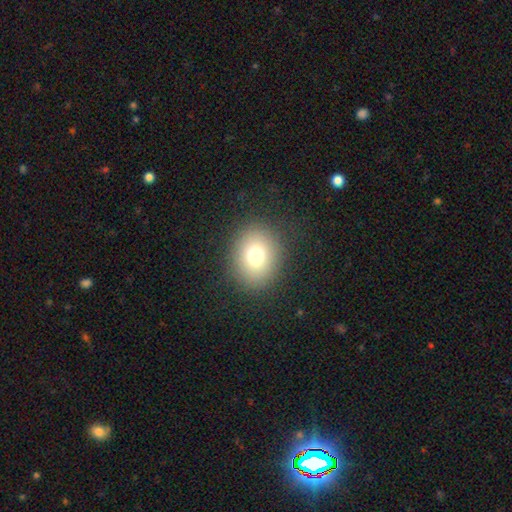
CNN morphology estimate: Q: Smooth or featured?
A: smooth (75%); runner-up: star or artifact (14%)
Q: How rounded?
A: round (57%); runner-up: in between (42%)
Q: Merging?
A: none (87%); runner-up: minor disturbance (8%)